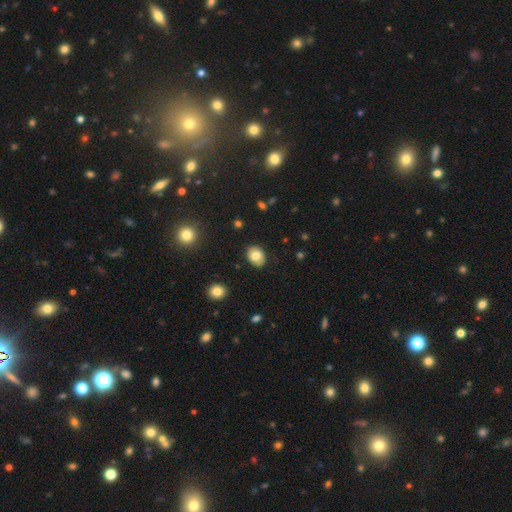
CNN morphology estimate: A smooth galaxy with no disk features (78%) that is in between round and cigar-shaped (59%).

Vote fractions:
- Smooth or featured? smooth: 78% / featured or disk: 14% / star or artifact: 8%
- How rounded? in between: 59% / round: 40% / cigar-shaped: 1%
- Merging? none: 86% / minor disturbance: 10% / major disturbance: 2% / merger: 1%